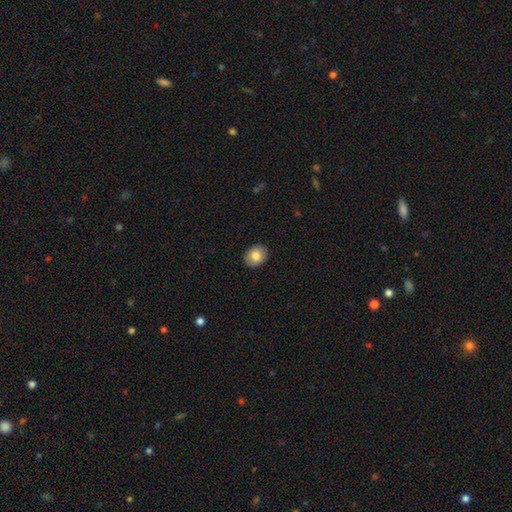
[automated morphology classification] smooth_or_featured: smooth (p=0.82) [alt: featured or disk p=0.10]
how_rounded: in between (p=0.56) [alt: round p=0.43]
merging: none (p=0.90) [alt: minor disturbance p=0.08]